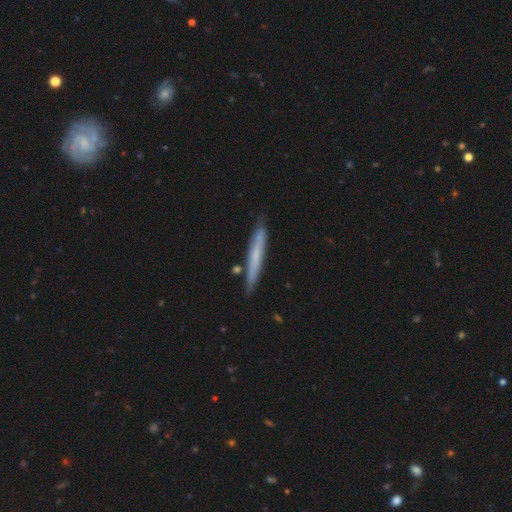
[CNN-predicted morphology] This appears to be a smooth galaxy with no disk features (57%) that is cigar-shaped (96%). Merging: none (83%).